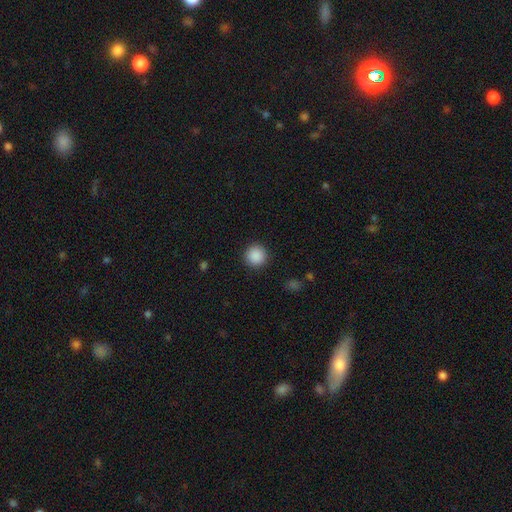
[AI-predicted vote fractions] Overall: smooth (88%). How rounded: round (95%). Merging: none (92%).